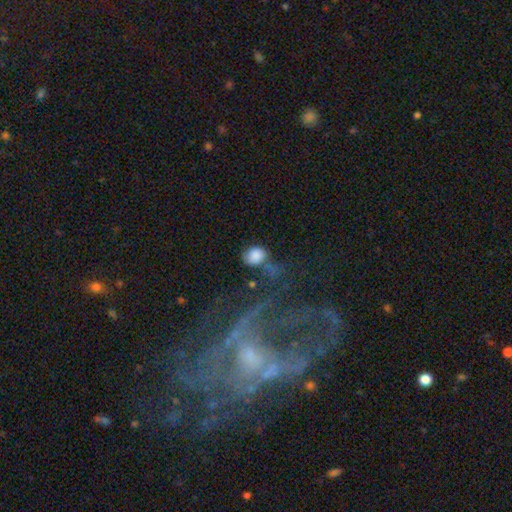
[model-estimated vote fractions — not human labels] Q: Smooth or featured?
A: smooth (81%); runner-up: star or artifact (10%)
Q: How rounded?
A: round (62%); runner-up: in between (37%)
Q: Merging?
A: none (43%); runner-up: minor disturbance (26%)